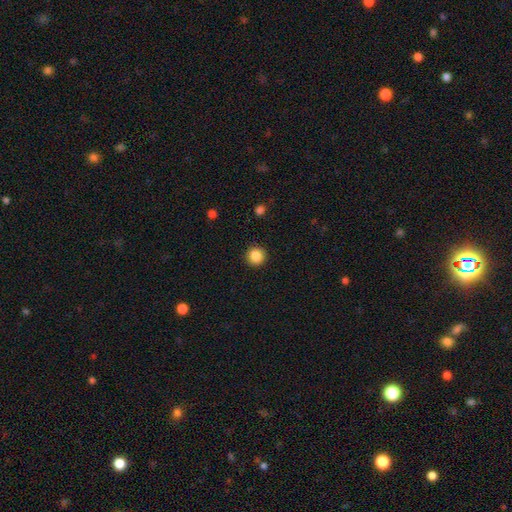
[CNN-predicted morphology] Smooth or featured?
  - smooth: 87% *
  - star or artifact: 9%
  - featured or disk: 4%
How rounded?
  - round: 95% *
  - in between: 4%
  - cigar-shaped: 1%
Merging?
  - none: 92% *
  - minor disturbance: 5%
  - major disturbance: 2%
  - merger: 1%